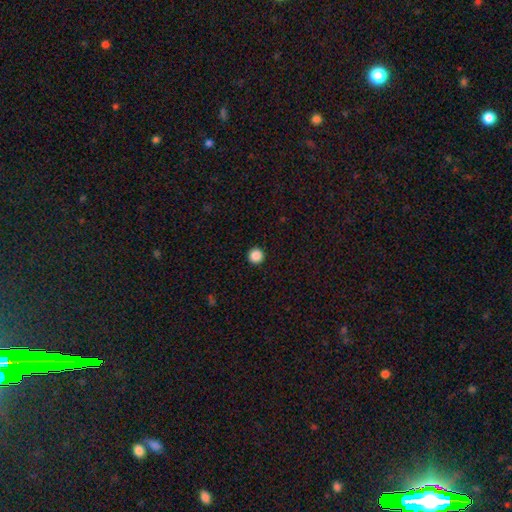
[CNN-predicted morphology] type=smooth (88%); roundness=round (97%); merging=none (94%).